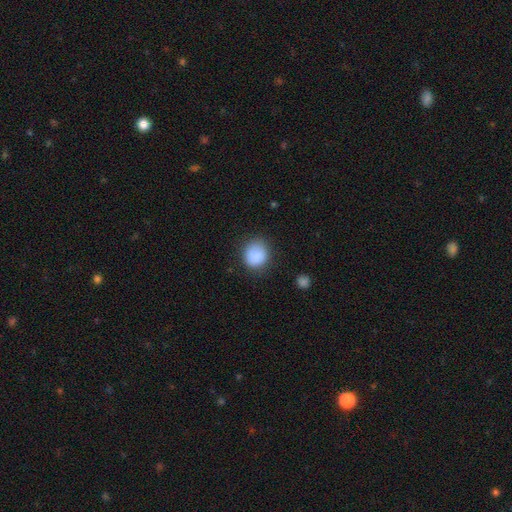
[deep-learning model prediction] Morphology: type=smooth (88%); roundness=round (75%); merging=none (79%).